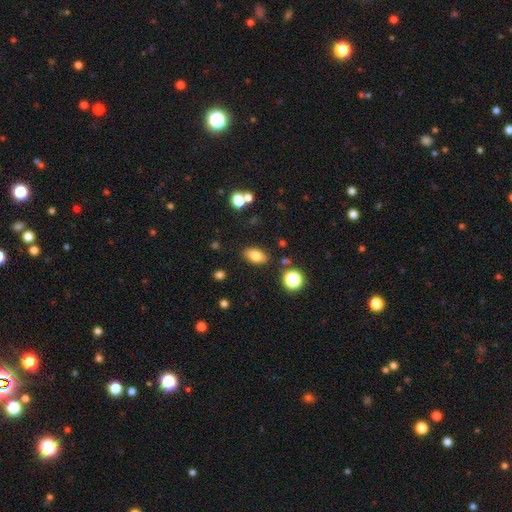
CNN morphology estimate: Smooth or featured: smooth — 79% (featured or disk — 11%)
How rounded: in between — 88% (round — 8%)
Merging: none — 85% (minor disturbance — 10%)